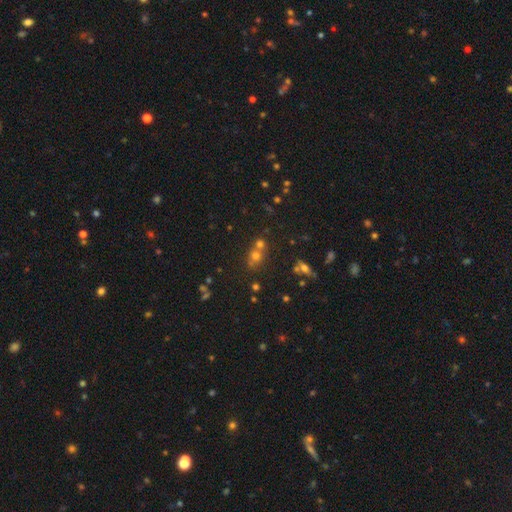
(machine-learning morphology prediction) A smooth galaxy with no disk features (54%) that is round (69%). Merging: none (45%).